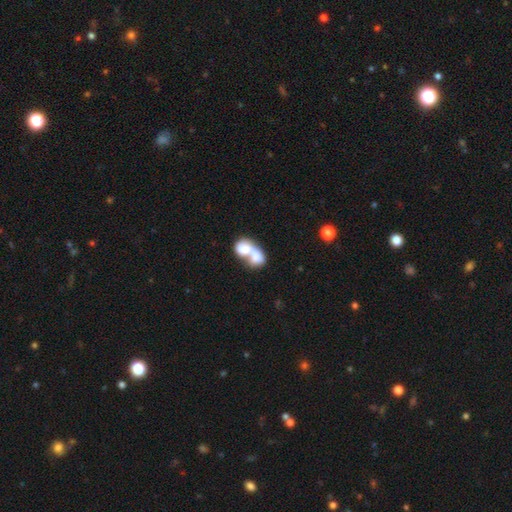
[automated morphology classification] This appears to be a smooth galaxy with no disk features (63%) that is in between round and cigar-shaped (70%). Merging: merger (81%).